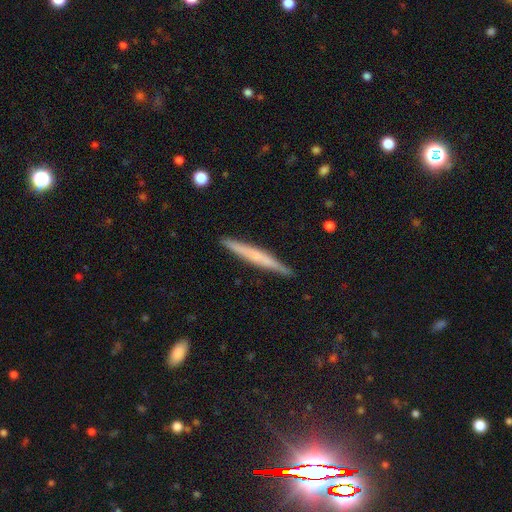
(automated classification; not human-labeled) This is possibly a featured or disk galaxy (48%). Merging: clearly none (90%).